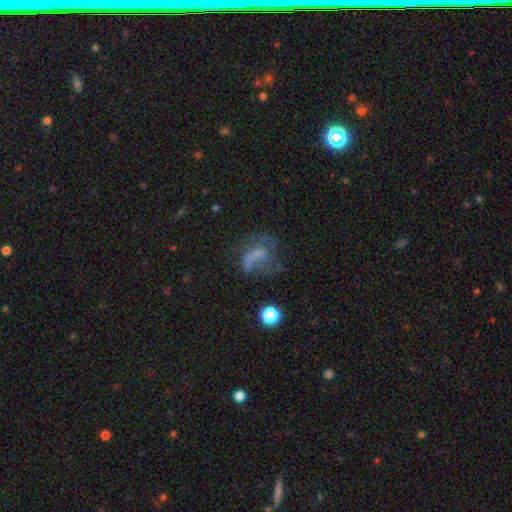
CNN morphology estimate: Smooth or featured?
  - featured or disk: 47% *
  - smooth: 34%
  - star or artifact: 18%
Merging?
  - major disturbance: 41% *
  - none: 33%
  - minor disturbance: 19%
  - merger: 7%